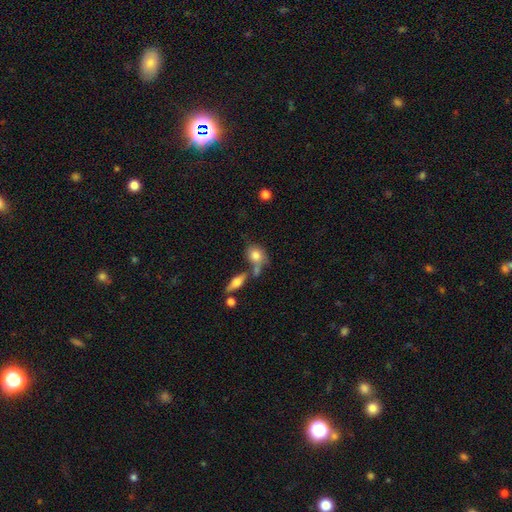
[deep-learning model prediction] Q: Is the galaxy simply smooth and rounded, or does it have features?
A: smooth — 77%.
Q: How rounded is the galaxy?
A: in between — 56%.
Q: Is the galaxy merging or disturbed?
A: none — 50%.